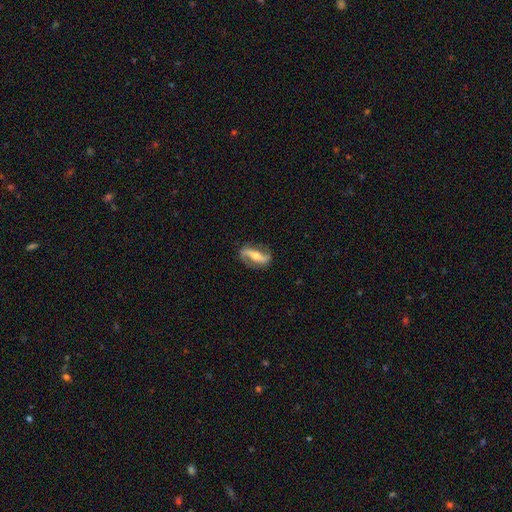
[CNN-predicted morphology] smooth-or-featured: featured or disk: 80% | smooth: 15% | star or artifact: 6%
  disk-edge-on: no: 86% | yes: 14%
    bar: strong: 55% | weak: 23% | no: 22%
    has-spiral-arms: yes: 89% | no: 11%
      spiral-winding: loose: 62% | medium: 26% | tight: 12%
      spiral-arm-count: 2: 90% | can't tell: 3% | 1: 3% | 3: 1% | 4: 1% | more than 4: 1%
    bulge-size: moderate: 63% | small: 28% | large: 6% | none: 2% | dominant: 1%
  merging: none: 81% | minor disturbance: 13% | major disturbance: 5% | merger: 1%